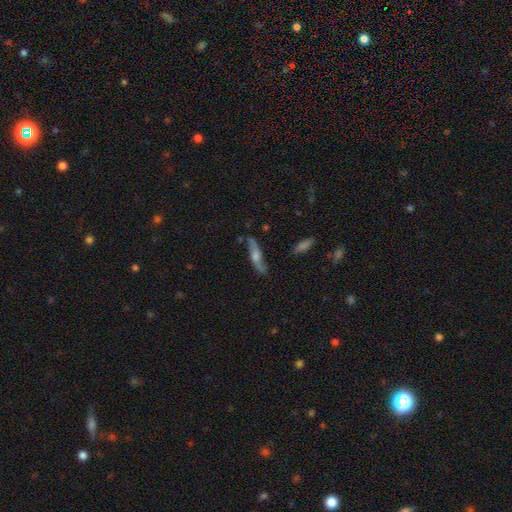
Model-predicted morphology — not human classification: Smooth or featured?
  - featured or disk: 65% *
  - smooth: 28%
  - star or artifact: 7%
Edge-on disk?
  - yes: 57% *
  - no: 43%
Merging?
  - none: 75% *
  - minor disturbance: 18%
  - major disturbance: 5%
  - merger: 3%